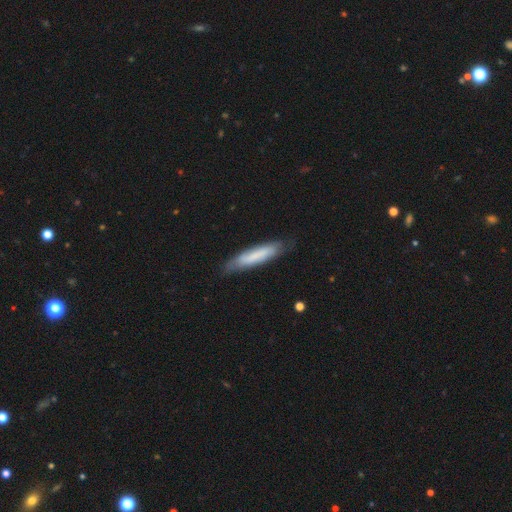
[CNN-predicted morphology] Overall: smooth (65%; featured or disk 29%). How rounded: cigar-shaped (82%). Merging: none (76%).